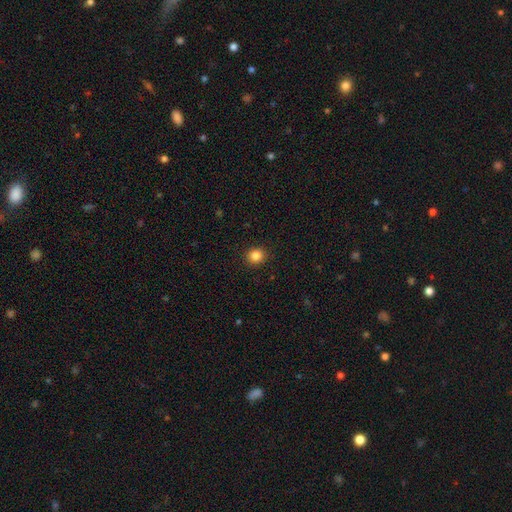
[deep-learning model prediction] This appears to be a smooth galaxy with no disk features (85%) that is round (84%). Merging: none (91%).